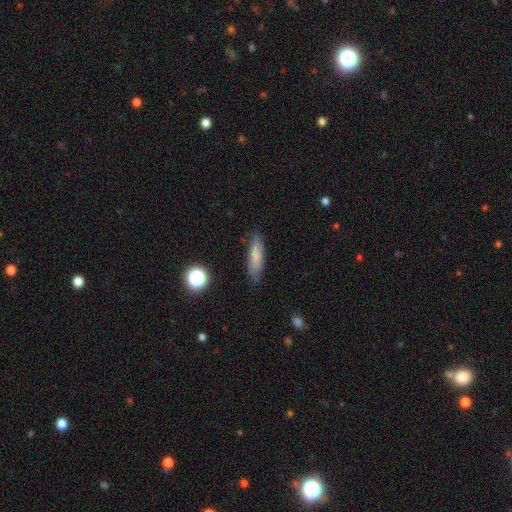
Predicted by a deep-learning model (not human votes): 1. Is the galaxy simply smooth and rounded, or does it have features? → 76% smooth, 15% featured or disk, 9% star or artifact.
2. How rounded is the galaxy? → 61% cigar-shaped, 36% in between, 3% round.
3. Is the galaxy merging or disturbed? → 80% none, 15% minor disturbance, 3% major disturbance, 2% merger.